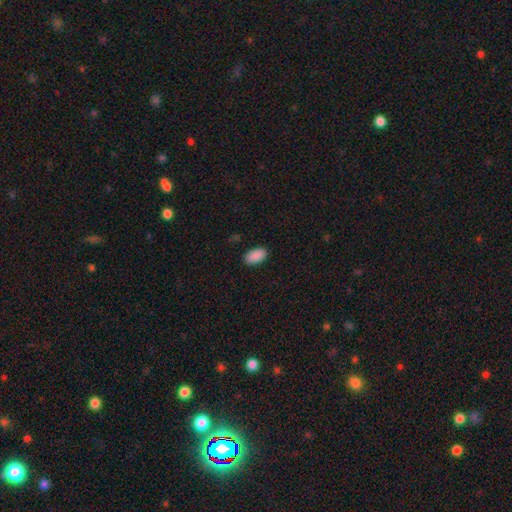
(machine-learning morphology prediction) The model was most divided on "merging": none: 89%, minor disturbance: 8%, major disturbance: 2%, merger: 1%. More confident: how rounded — in between (95%); smooth or featured — smooth (90%).